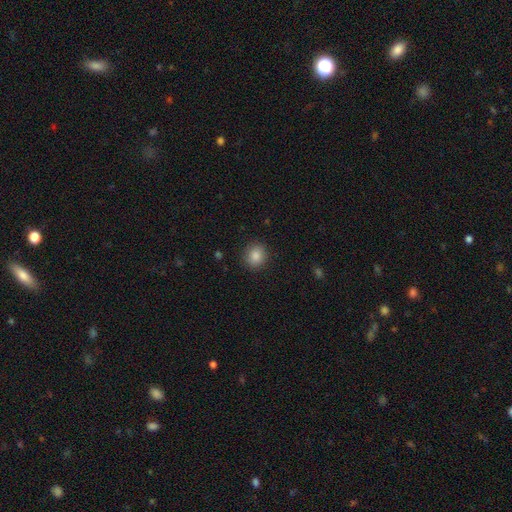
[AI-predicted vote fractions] Q: Smooth or featured?
A: smooth (86%); runner-up: star or artifact (9%)
Q: How rounded?
A: round (81%); runner-up: in between (18%)
Q: Merging?
A: none (89%); runner-up: minor disturbance (7%)